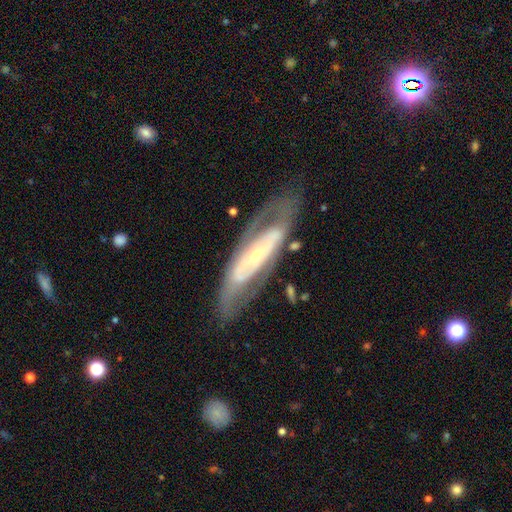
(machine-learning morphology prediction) Smooth or featured?
  - featured or disk: 79% *
  - smooth: 15%
  - star or artifact: 6%
Edge-on disk?
  - no: 79% *
  - yes: 21%
Bar?
  - no: 39% *
  - strong: 37%
  - weak: 24%
Spiral arms?
  - yes: 63% *
  - no: 37%
Bulge size?
  - small: 72% *
  - moderate: 22%
  - large: 3%
  - none: 2%
  - dominant: 1%
Merging?
  - none: 71% *
  - minor disturbance: 16%
  - major disturbance: 11%
  - merger: 2%